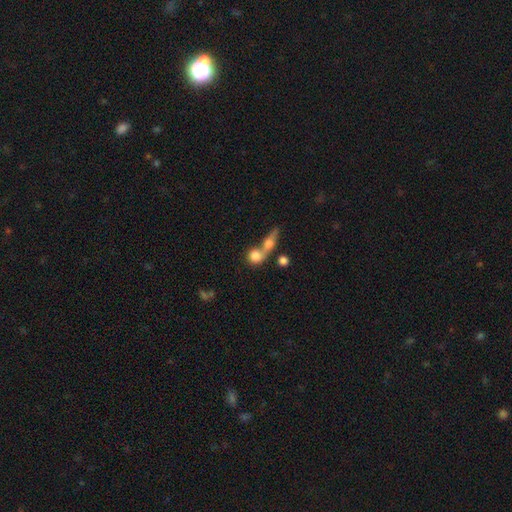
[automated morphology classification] smooth_or_featured: smooth (p=0.75) [alt: featured or disk p=0.16]
how_rounded: round (p=0.72) [alt: in between p=0.22]
merging: merger (p=0.54) [alt: none p=0.33]